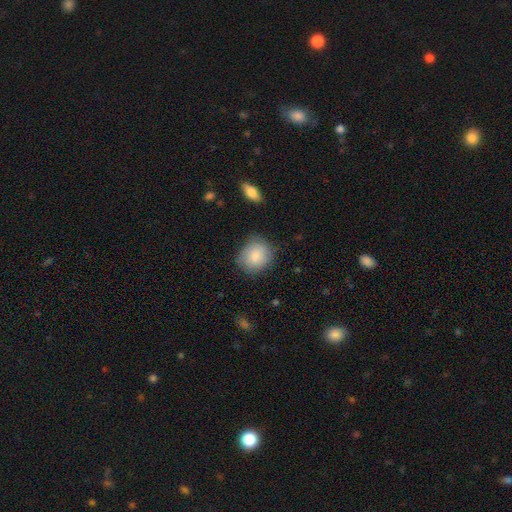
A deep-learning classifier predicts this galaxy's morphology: This is clearly a smooth galaxy (84%). How rounded: likely round (77%). Merging: likely none (77%).